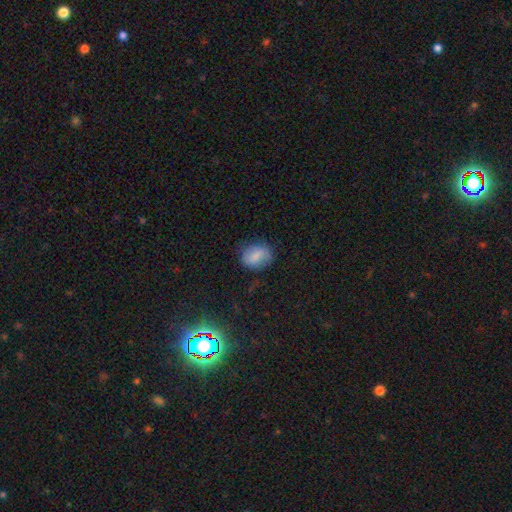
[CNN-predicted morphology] smooth 78%, featured or disk 13%, star or artifact 9%. Down the decision tree: how rounded — in between (61%); merging — none (71%).